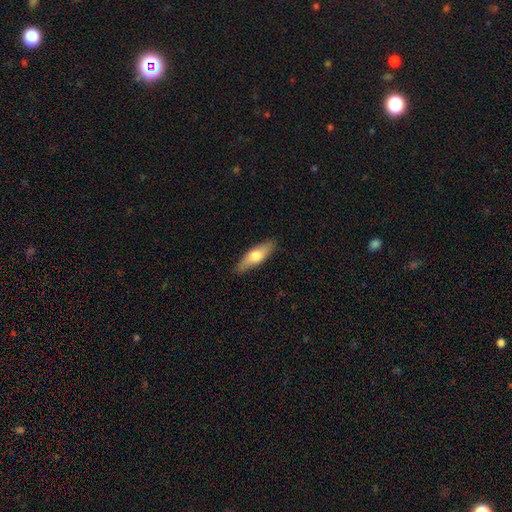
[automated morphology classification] This appears to be a smooth galaxy with no disk features (62%) that is in between round and cigar-shaped (49%, tied with cigar-shaped). Merging: none (88%).